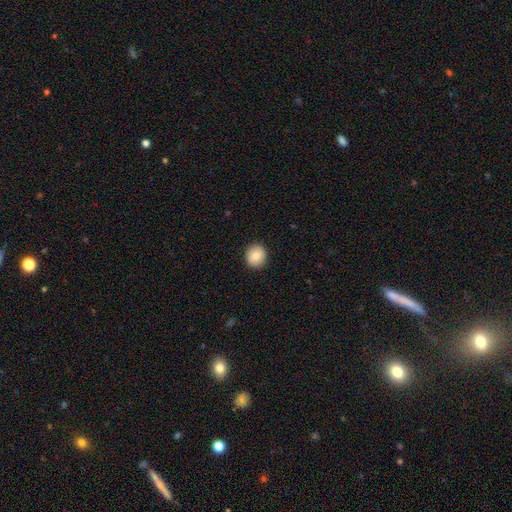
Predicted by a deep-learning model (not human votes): A smooth galaxy with no disk features (83%) that is round (88%).

Vote fractions:
- Smooth or featured? smooth: 83% / featured or disk: 9% / star or artifact: 8%
- How rounded? round: 88% / in between: 11% / cigar-shaped: 1%
- Merging? none: 92% / minor disturbance: 6% / major disturbance: 2% / merger: 1%